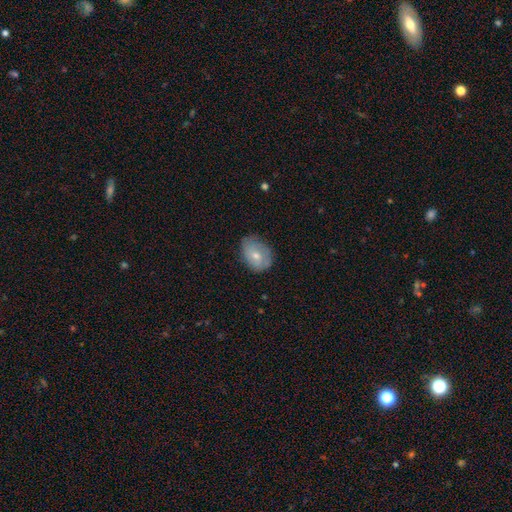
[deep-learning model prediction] smooth_or_featured: smooth (p=0.64) [alt: featured or disk p=0.29]
how_rounded: in between (p=0.71) [alt: round p=0.28]
merging: none (p=0.66) [alt: minor disturbance p=0.27]